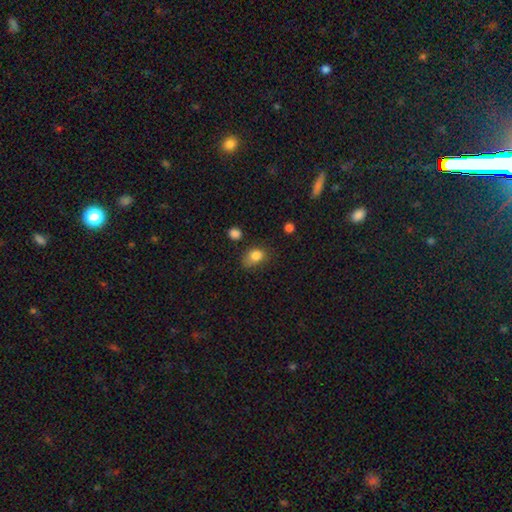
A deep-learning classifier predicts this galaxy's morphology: Q: Smooth or featured?
A: smooth (82%); runner-up: star or artifact (11%)
Q: How rounded?
A: in between (63%); runner-up: round (35%)
Q: Merging?
A: none (50%); runner-up: minor disturbance (34%)